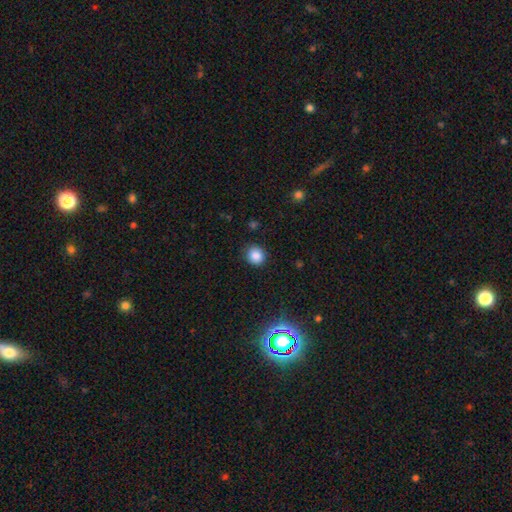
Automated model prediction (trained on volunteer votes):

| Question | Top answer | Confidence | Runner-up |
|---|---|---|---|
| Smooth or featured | smooth | 85% | star or artifact (11%) |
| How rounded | round | 86% | in between (13%) |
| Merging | none | 86% | minor disturbance (10%) |